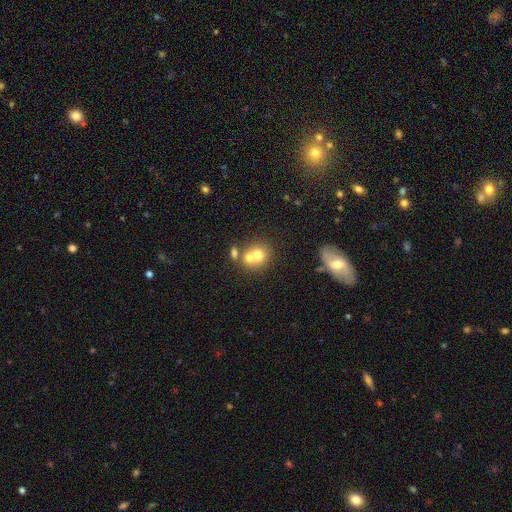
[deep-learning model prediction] Smooth or featured? Predicted: smooth (p=0.67). How rounded? Predicted: round (p=0.78). Merging? Predicted: merger (p=0.53).